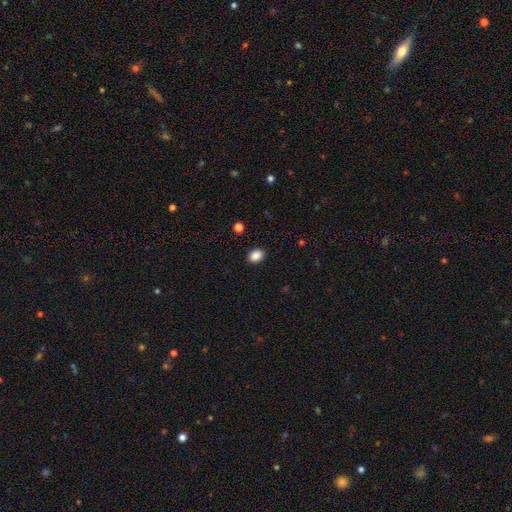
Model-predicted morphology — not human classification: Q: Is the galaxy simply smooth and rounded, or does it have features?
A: smooth — 88%.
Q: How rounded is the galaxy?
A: in between — 65%.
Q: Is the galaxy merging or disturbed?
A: none — 90%.